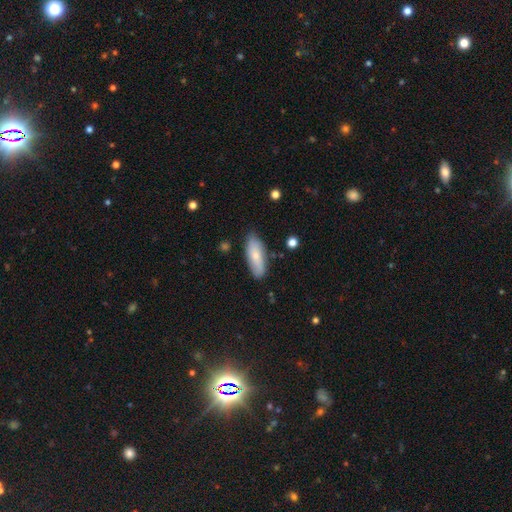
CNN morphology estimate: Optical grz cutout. It shows a smooth galaxy with no disk features (71%) that is in between round and cigar-shaped (71%). Merging: none (78%).